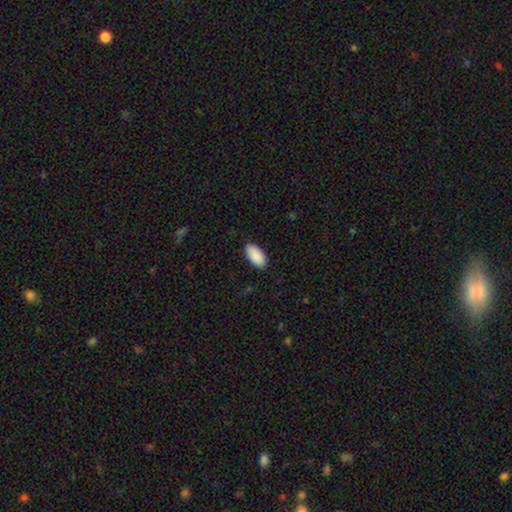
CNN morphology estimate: Smooth or featured? Predicted: smooth (p=0.91). How rounded? Predicted: in between (p=0.95). Merging? Predicted: none (p=0.88).